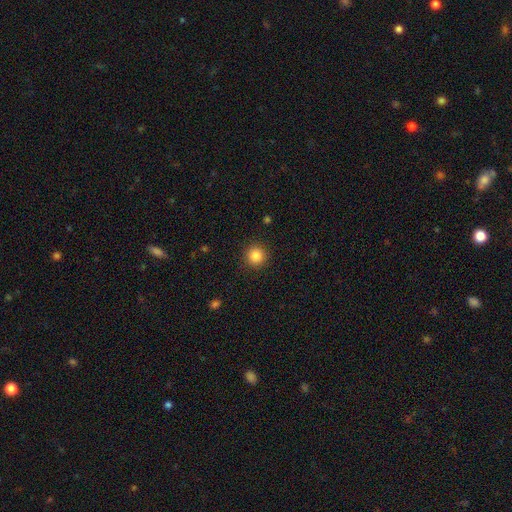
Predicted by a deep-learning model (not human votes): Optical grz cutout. It shows a smooth galaxy with no disk features (86%) that is round (94%). Merging: none (91%).